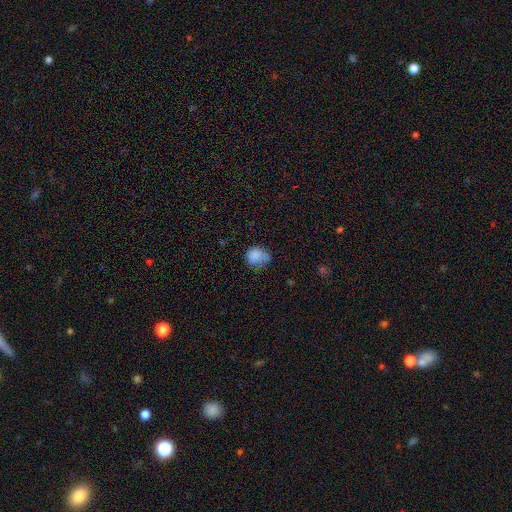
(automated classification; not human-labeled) smooth_or_featured: smooth (p=0.82) [alt: star or artifact p=0.09]
how_rounded: round (p=0.69) [alt: in between p=0.30]
merging: none (p=0.52) [alt: minor disturbance p=0.31]